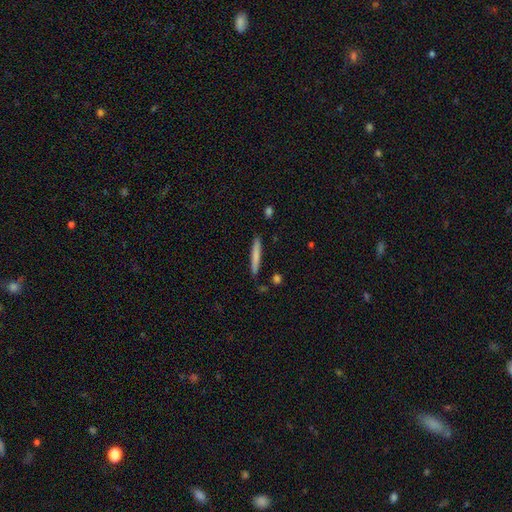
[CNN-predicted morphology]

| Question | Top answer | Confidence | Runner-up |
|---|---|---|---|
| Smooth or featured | smooth | 74% | featured or disk (21%) |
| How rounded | cigar-shaped | 95% | in between (3%) |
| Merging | none | 87% | minor disturbance (9%) |